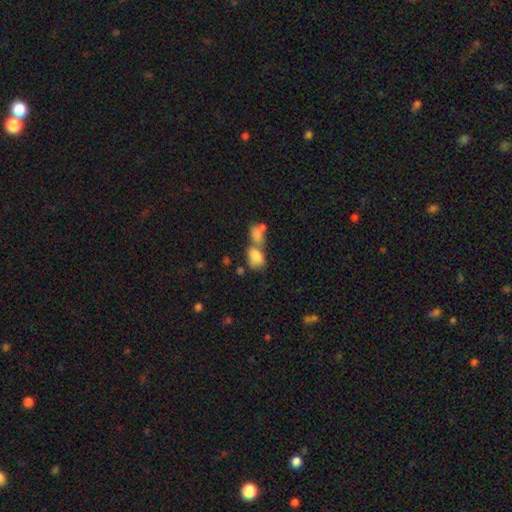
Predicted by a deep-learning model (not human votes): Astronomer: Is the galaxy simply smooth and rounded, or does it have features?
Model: smooth — 76%.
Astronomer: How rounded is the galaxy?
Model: in between — 85%.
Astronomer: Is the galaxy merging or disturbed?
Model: merger — 61%.